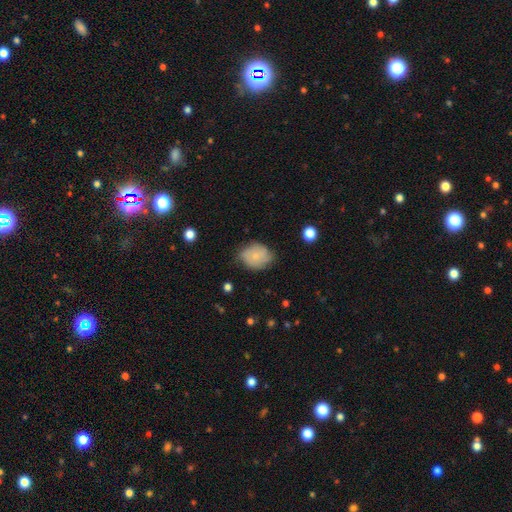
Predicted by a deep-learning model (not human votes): Smooth or featured? smooth (66%)
How rounded? in between (54%)
Merging? none (61%)